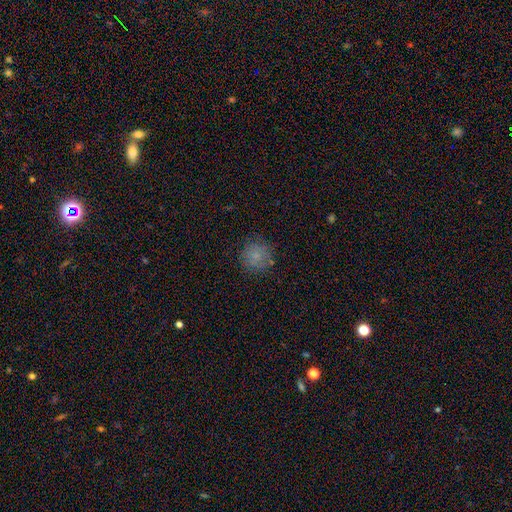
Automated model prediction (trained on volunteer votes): smooth 77%, star or artifact 12%, featured or disk 11%. Down the decision tree: how rounded — round (91%); merging — none (79%).